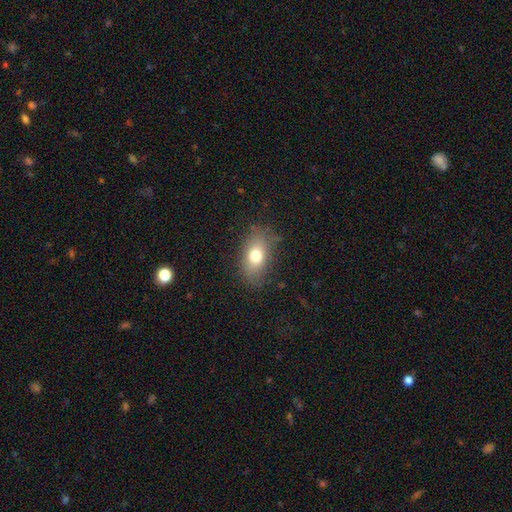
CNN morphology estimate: The model was most divided on "smooth or featured": smooth: 74%, featured or disk: 16%, star or artifact: 10%. More confident: how rounded — in between (84%); merging — none (79%).